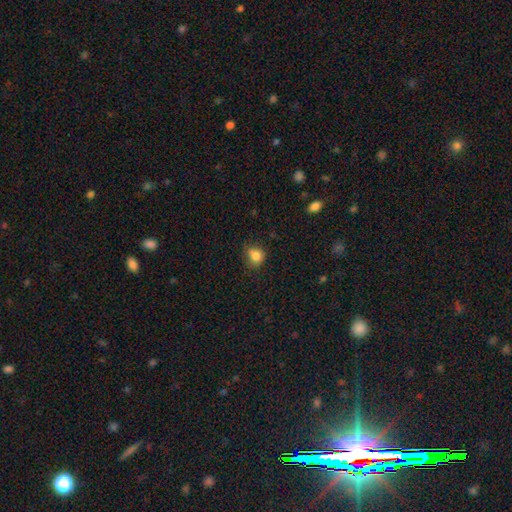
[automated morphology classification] Smooth or featured? Predicted: smooth (p=0.83). How rounded? Predicted: round (p=0.69). Merging? Predicted: none (p=0.64).